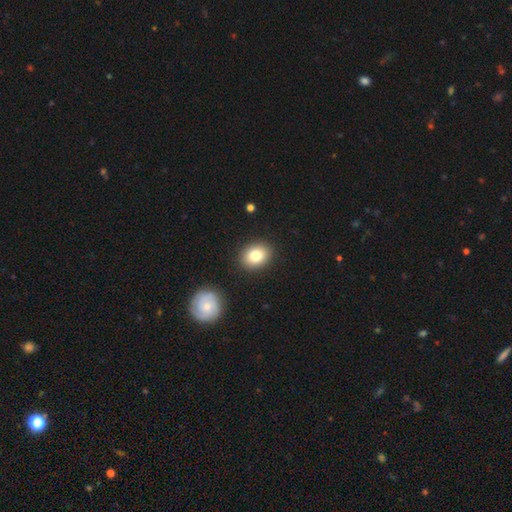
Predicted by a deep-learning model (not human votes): Smooth or featured? smooth (80%)
How rounded? in between (53%)
Merging? none (88%)